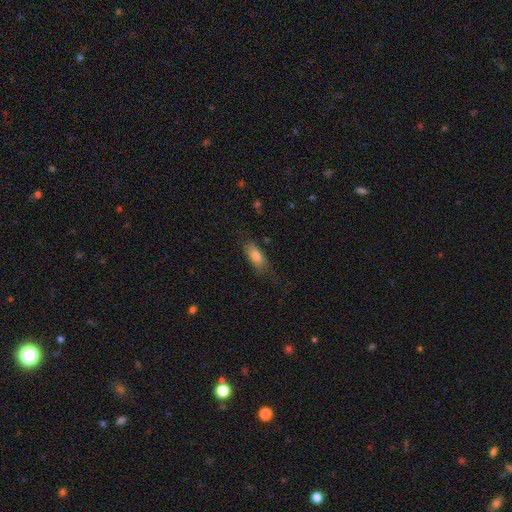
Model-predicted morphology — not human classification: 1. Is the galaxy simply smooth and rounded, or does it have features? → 78% smooth, 15% featured or disk, 8% star or artifact.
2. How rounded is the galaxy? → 73% in between, 25% cigar-shaped, 3% round.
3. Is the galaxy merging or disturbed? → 64% none, 24% minor disturbance, 10% major disturbance, 2% merger.